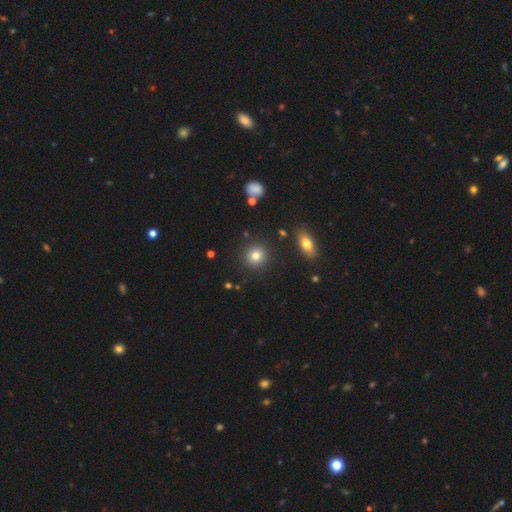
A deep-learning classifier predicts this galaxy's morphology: Q: Smooth or featured?
A: smooth (82%); runner-up: star or artifact (11%)
Q: How rounded?
A: round (88%); runner-up: in between (11%)
Q: Merging?
A: none (89%); runner-up: minor disturbance (6%)